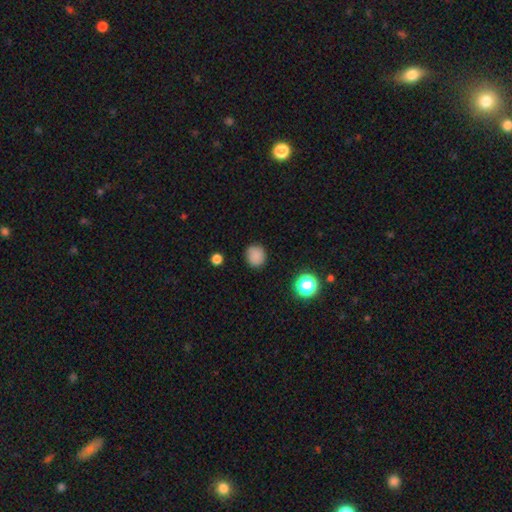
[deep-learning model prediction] Smooth or featured? Predicted: smooth (p=0.84). How rounded? Predicted: round (p=0.84). Merging? Predicted: none (p=0.87).